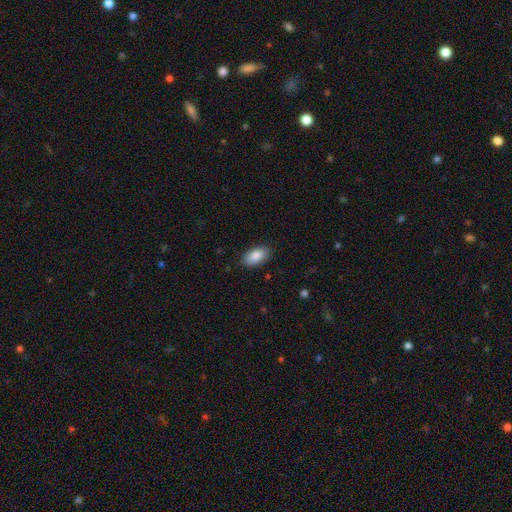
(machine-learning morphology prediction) Smooth or featured? Predicted: smooth (p=0.88). How rounded? Predicted: in between (p=0.93). Merging? Predicted: none (p=0.85).